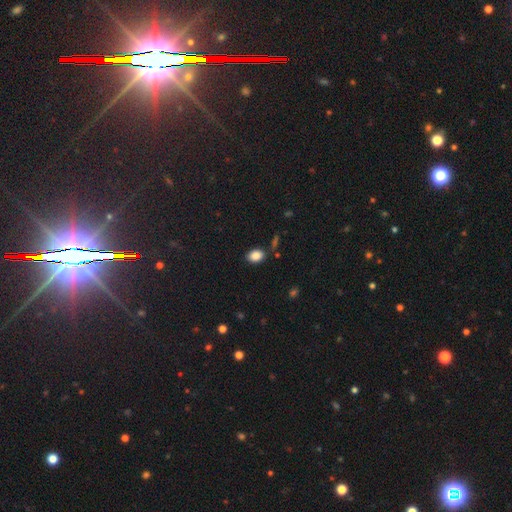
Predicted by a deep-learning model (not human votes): smooth-or-featured: smooth: 87% | star or artifact: 9% | featured or disk: 4%
  how-rounded: in between: 77% | round: 22% | cigar-shaped: 1%
  merging: none: 81% | minor disturbance: 12% | merger: 4% | major disturbance: 3%